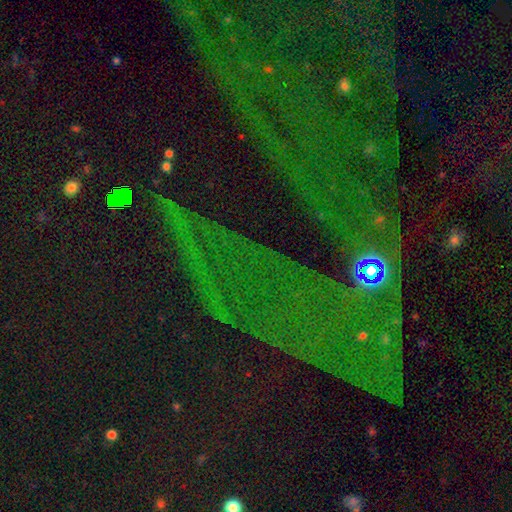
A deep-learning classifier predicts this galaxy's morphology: Smooth or featured?
  - star or artifact: 79% *
  - featured or disk: 11%
  - smooth: 10%